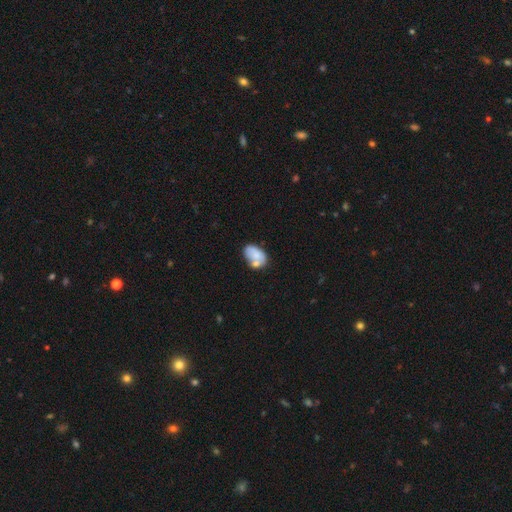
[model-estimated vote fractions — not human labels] Smooth or featured? Predicted: smooth (p=0.71). How rounded? Predicted: in between (p=0.88). Merging? Predicted: none (p=0.42).